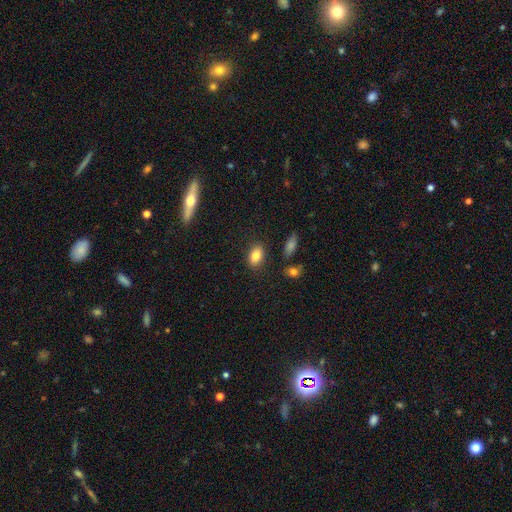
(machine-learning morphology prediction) smooth-or-featured: smooth: 82% | featured or disk: 9% | star or artifact: 9%
  how-rounded: in between: 86% | round: 12% | cigar-shaped: 2%
  merging: none: 86% | minor disturbance: 9% | merger: 3% | major disturbance: 2%